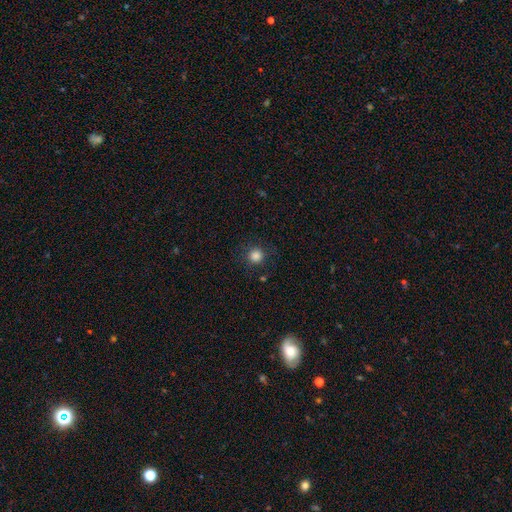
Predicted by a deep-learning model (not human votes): Morphology: type=smooth (84%); roundness=round (94%); merging=none (87%).